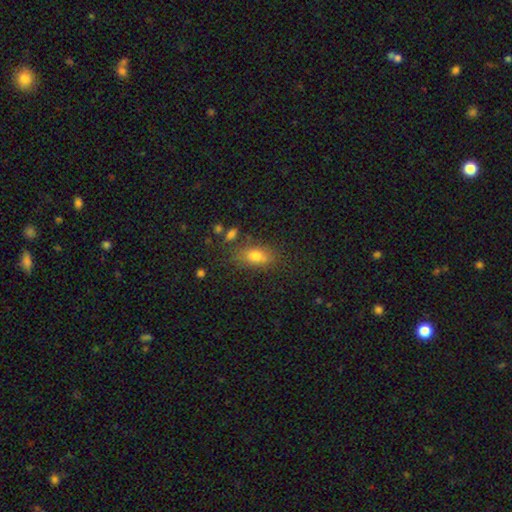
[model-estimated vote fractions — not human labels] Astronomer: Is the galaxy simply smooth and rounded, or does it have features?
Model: smooth — 76%.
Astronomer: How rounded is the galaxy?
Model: in between — 80%.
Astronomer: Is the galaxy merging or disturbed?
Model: none — 73%.